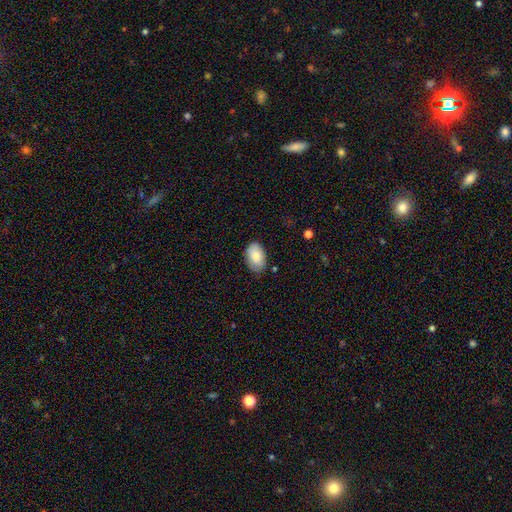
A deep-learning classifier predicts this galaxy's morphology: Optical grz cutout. It shows a smooth galaxy with no disk features (81%) that is in between round and cigar-shaped (92%). Merging: none (78%).